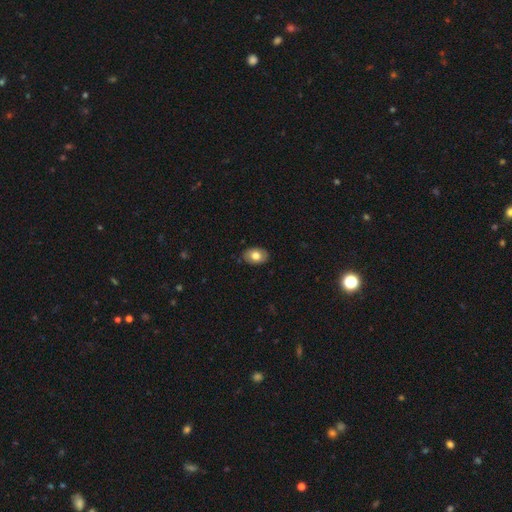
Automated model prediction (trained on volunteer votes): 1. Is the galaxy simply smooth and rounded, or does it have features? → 74% smooth, 18% featured or disk, 7% star or artifact.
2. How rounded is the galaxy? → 81% in between, 17% round, 1% cigar-shaped.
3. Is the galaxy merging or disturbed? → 85% none, 12% minor disturbance, 2% major disturbance, 1% merger.